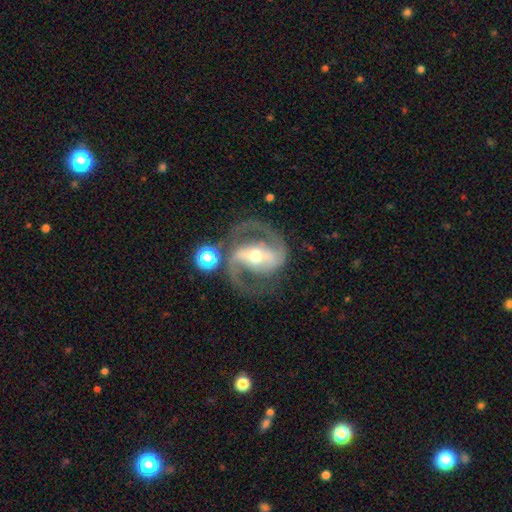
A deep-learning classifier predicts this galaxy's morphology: This appears to be a featured or disk galaxy (91%) with a strong bar (65%), 2 (93%) medium (61%) spiral arms (97%) and a moderate central bulge (60%). Merging: none (75%).